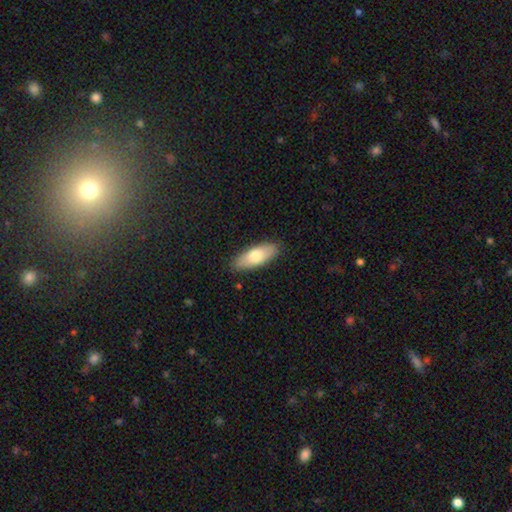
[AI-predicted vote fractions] Morphology: type=smooth (73%); roundness=in between (74%); merging=none (87%).